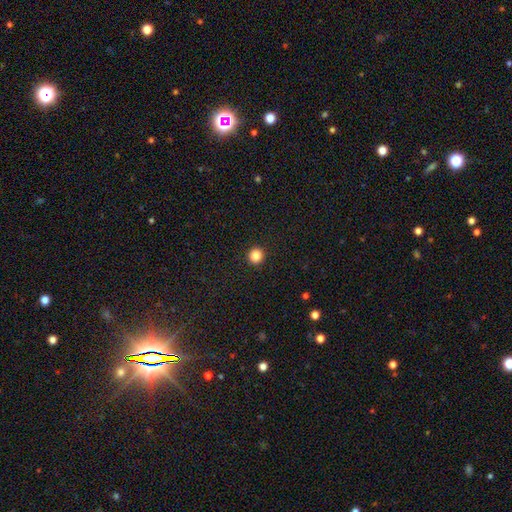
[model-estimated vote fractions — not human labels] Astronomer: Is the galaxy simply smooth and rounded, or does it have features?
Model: smooth — 85%.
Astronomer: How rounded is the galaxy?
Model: round — 94%.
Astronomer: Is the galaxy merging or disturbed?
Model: none — 94%.